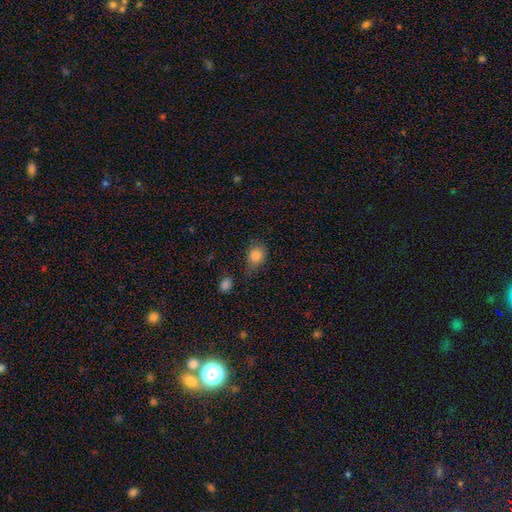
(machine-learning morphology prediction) Smooth or featured? Predicted: smooth (p=0.82). How rounded? Predicted: round (p=0.61). Merging? Predicted: none (p=0.44).